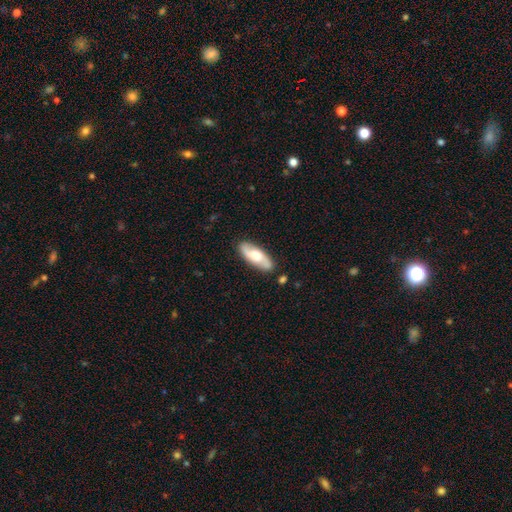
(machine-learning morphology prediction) This appears to be a featured or disk galaxy (52%). Merging: none (84%).